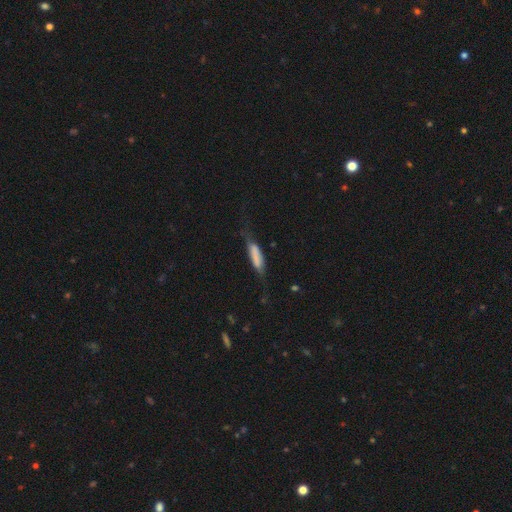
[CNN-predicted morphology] Smooth or featured: smooth — 67% (featured or disk — 26%)
How rounded: cigar-shaped — 69% (in between — 28%)
Merging: none — 49% (minor disturbance — 29%)